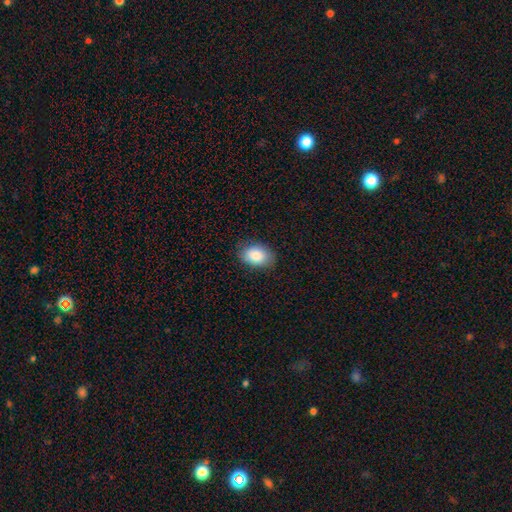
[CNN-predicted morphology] Overall: smooth (86%). How rounded: in between (84%). Merging: none (83%).